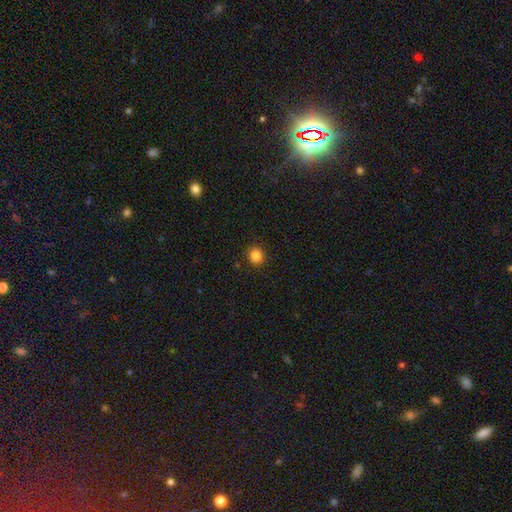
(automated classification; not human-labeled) Q: Smooth or featured?
A: smooth (85%); runner-up: star or artifact (11%)
Q: How rounded?
A: round (88%); runner-up: in between (11%)
Q: Merging?
A: none (91%); runner-up: minor disturbance (6%)